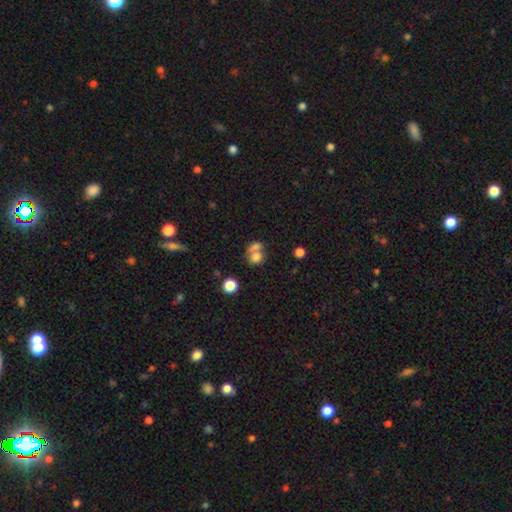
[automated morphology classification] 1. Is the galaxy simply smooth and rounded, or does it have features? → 73% smooth, 14% featured or disk, 13% star or artifact.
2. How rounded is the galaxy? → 63% round, 36% in between, 1% cigar-shaped.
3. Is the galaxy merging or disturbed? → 53% merger, 31% none, 9% minor disturbance, 7% major disturbance.